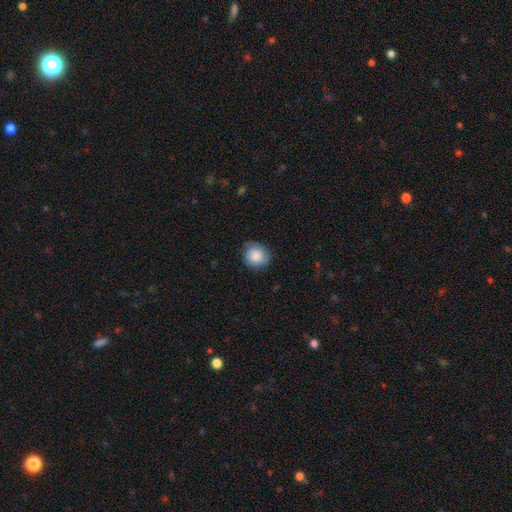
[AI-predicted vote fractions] Smooth or featured?
  - smooth: 85% *
  - featured or disk: 8%
  - star or artifact: 7%
How rounded?
  - round: 86% *
  - in between: 13%
  - cigar-shaped: 1%
Merging?
  - none: 77% *
  - minor disturbance: 18%
  - major disturbance: 3%
  - merger: 1%